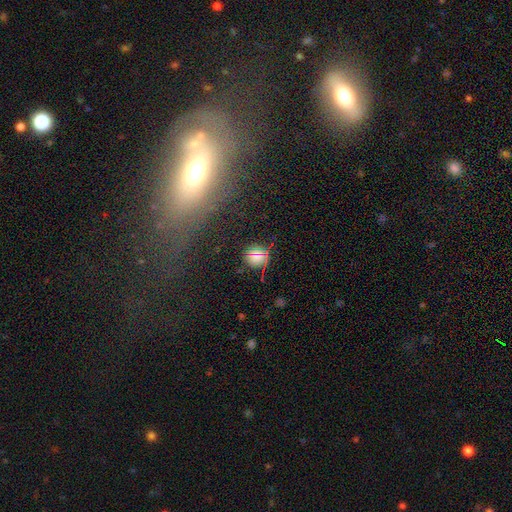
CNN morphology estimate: smooth 63%, star or artifact 26%, featured or disk 11%. Down the decision tree: how rounded — round (84%); merging — none (79%).